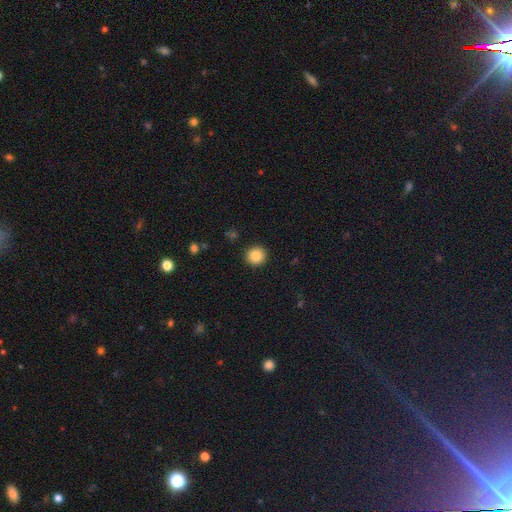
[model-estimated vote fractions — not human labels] Q: Smooth or featured?
A: smooth (86%); runner-up: star or artifact (9%)
Q: How rounded?
A: round (93%); runner-up: in between (6%)
Q: Merging?
A: none (92%); runner-up: minor disturbance (5%)